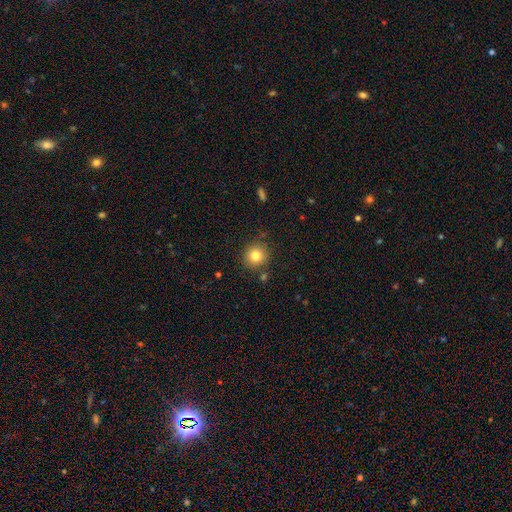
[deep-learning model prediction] Morphology: type=smooth (81%); roundness=round (91%); merging=none (85%).